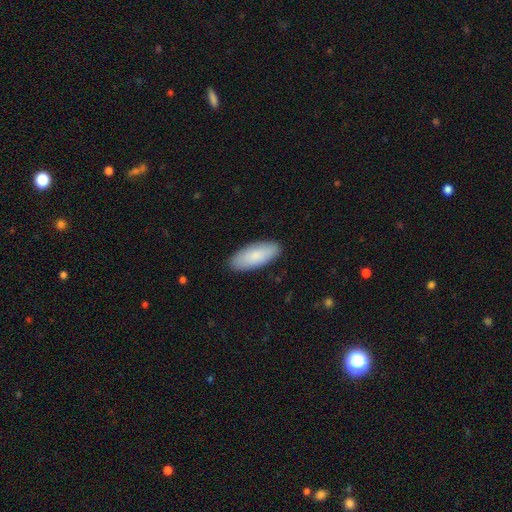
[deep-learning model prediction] Q: Smooth or featured?
A: smooth (86%); runner-up: featured or disk (9%)
Q: How rounded?
A: in between (81%); runner-up: cigar-shaped (18%)
Q: Merging?
A: none (89%); runner-up: minor disturbance (8%)